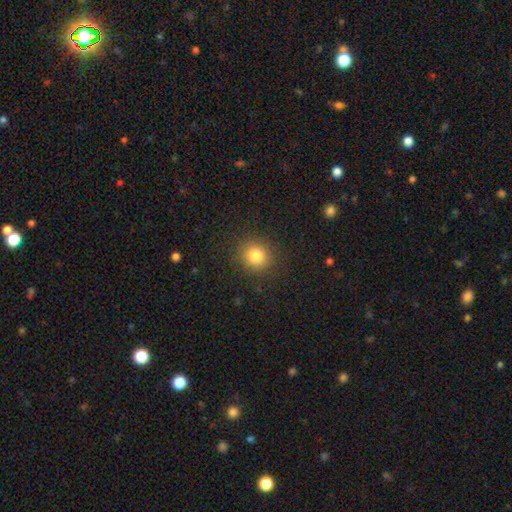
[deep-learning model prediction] Smooth or featured?
  - smooth: 82% *
  - star or artifact: 12%
  - featured or disk: 6%
How rounded?
  - round: 87% *
  - in between: 12%
  - cigar-shaped: 1%
Merging?
  - none: 88% *
  - minor disturbance: 8%
  - major disturbance: 3%
  - merger: 1%